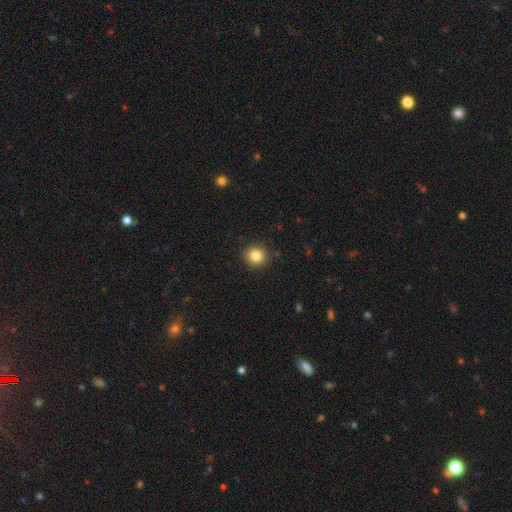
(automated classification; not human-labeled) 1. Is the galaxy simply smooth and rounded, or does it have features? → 83% smooth, 11% star or artifact, 6% featured or disk.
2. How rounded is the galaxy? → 89% round, 10% in between, 1% cigar-shaped.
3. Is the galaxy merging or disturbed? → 91% none, 6% minor disturbance, 2% major disturbance, 1% merger.